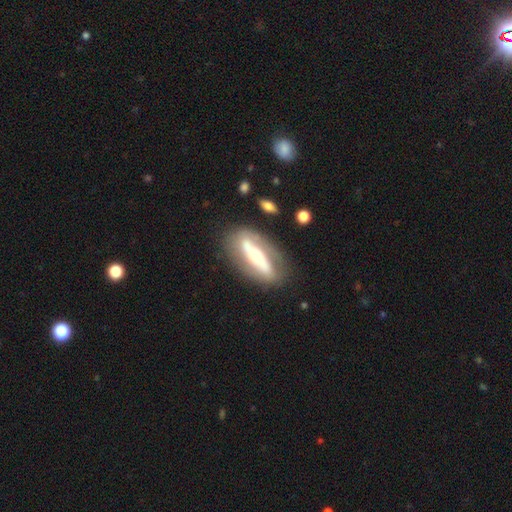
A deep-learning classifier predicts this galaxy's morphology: featured or disk 66%, smooth 28%, star or artifact 6%. Down the decision tree: edge-on disk — no (65%); merging — none (76%).